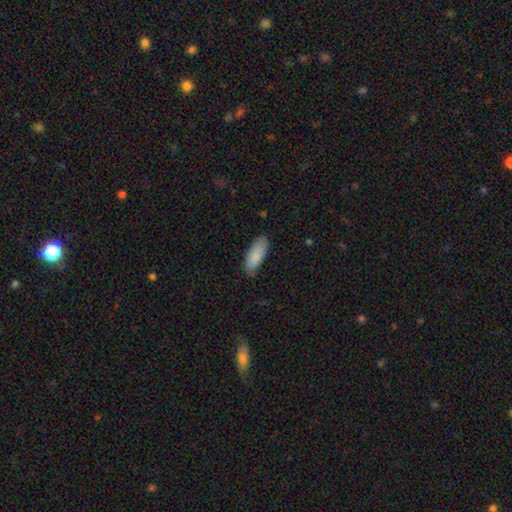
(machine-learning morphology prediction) smooth_or_featured: smooth (p=0.88) [alt: featured or disk p=0.06]
how_rounded: in between (p=0.78) [alt: cigar-shaped p=0.20]
merging: none (p=0.75) [alt: minor disturbance p=0.20]